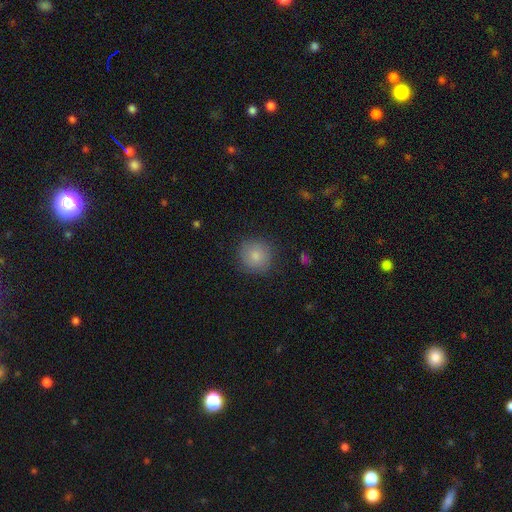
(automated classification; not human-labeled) This is clearly a smooth galaxy (83%). How rounded: clearly round (91%). Merging: clearly none (83%).